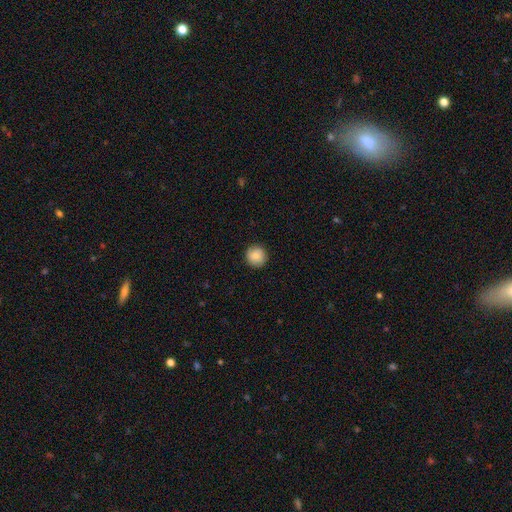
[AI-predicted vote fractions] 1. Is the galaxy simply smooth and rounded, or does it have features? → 86% smooth, 8% star or artifact, 6% featured or disk.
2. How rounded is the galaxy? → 95% round, 4% in between, 1% cigar-shaped.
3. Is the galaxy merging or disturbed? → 90% none, 7% minor disturbance, 2% major disturbance, 1% merger.